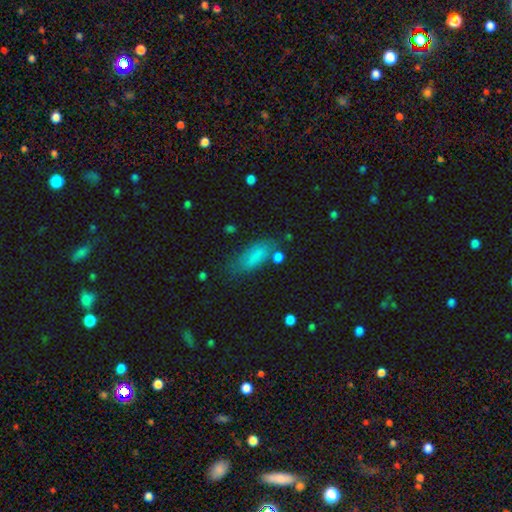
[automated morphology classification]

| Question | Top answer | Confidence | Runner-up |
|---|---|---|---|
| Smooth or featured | smooth | 79% | featured or disk (11%) |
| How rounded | in between | 74% | cigar-shaped (23%) |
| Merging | none | 62% | minor disturbance (23%) |